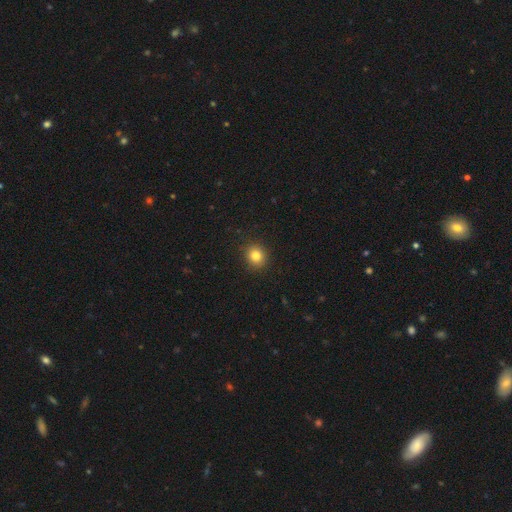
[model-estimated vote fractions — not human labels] This is clearly a smooth galaxy (83%). How rounded: clearly round (83%). Merging: clearly none (91%).